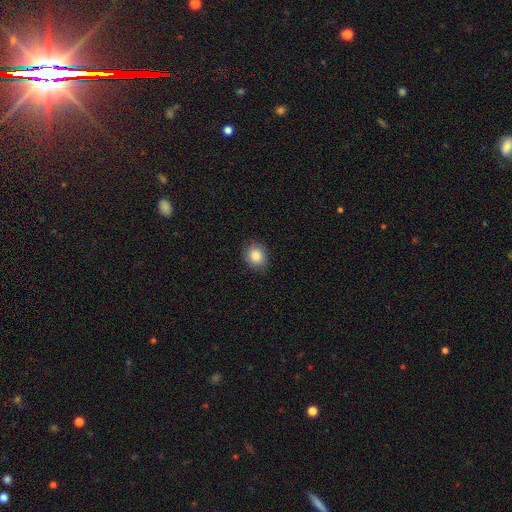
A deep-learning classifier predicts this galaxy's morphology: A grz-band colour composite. It shows a smooth galaxy with no disk features (85%) that is round (65%). Merging: none (83%).